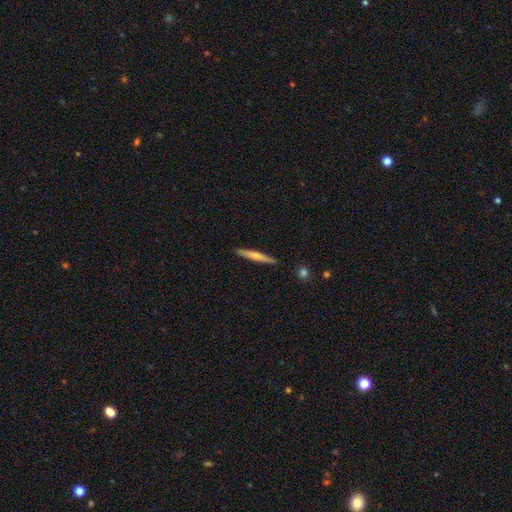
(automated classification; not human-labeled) Overall: smooth (61%; featured or disk 33%). How rounded: cigar-shaped (95%). Merging: none (90%).